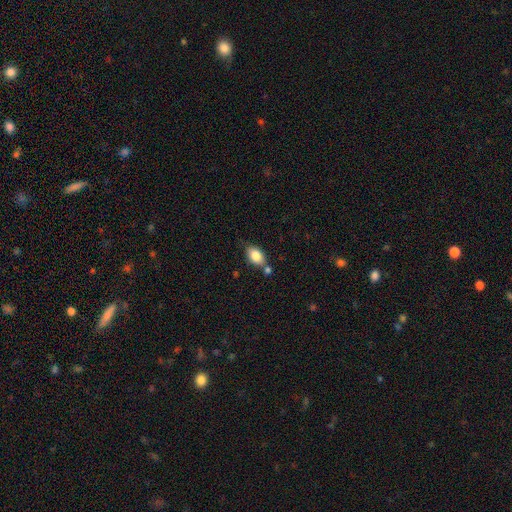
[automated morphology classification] The model was most divided on "merging": none: 62%, minor disturbance: 17%, merger: 17%, major disturbance: 4%. More confident: how rounded — in between (86%); smooth or featured — smooth (83%).